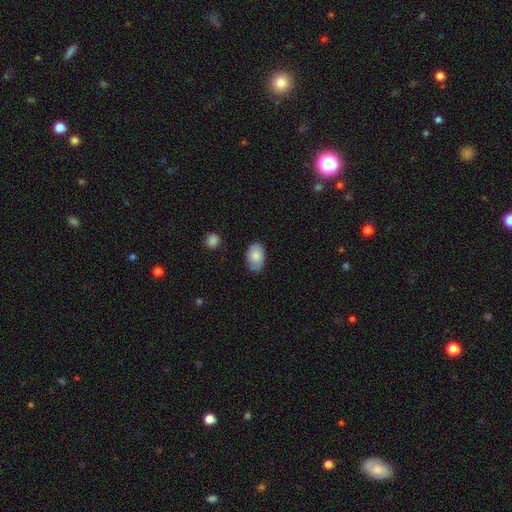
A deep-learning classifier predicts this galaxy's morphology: Smooth or featured? Predicted: smooth (p=0.79). How rounded? Predicted: in between (p=0.89). Merging? Predicted: none (p=0.73).